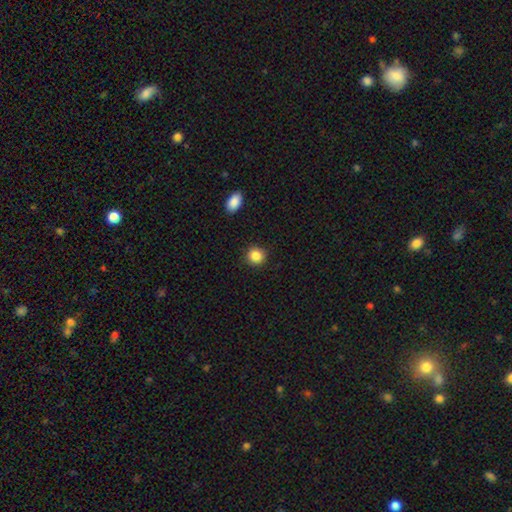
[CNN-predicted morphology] smooth-or-featured: smooth: 87% | star or artifact: 10% | featured or disk: 4%
  how-rounded: round: 90% | in between: 9% | cigar-shaped: 1%
  merging: none: 90% | minor disturbance: 6% | major disturbance: 2% | merger: 2%